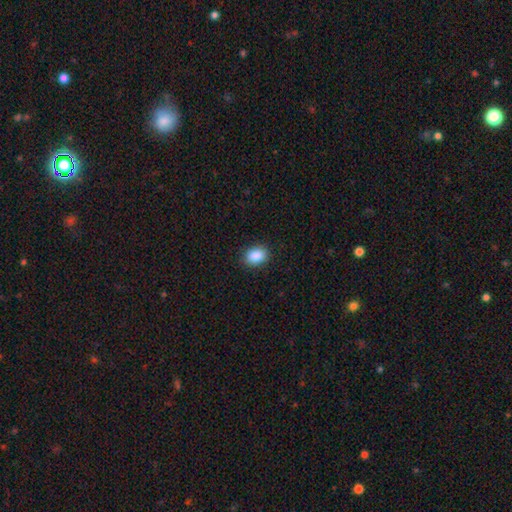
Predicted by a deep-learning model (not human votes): Overall: smooth (88%). How rounded: in between (73%). Merging: none (88%).